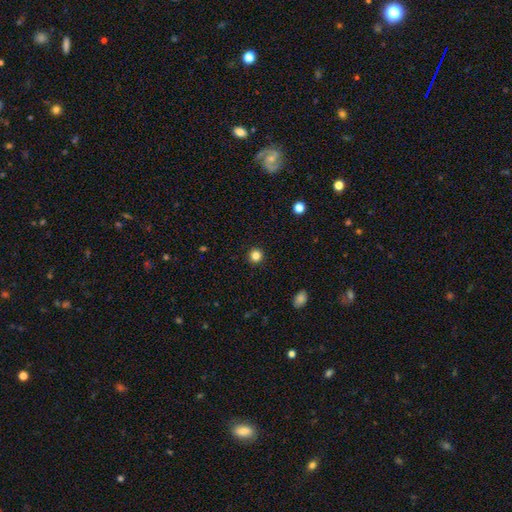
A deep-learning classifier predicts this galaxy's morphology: Smooth or featured?
  - smooth: 84% *
  - star or artifact: 12%
  - featured or disk: 4%
How rounded?
  - round: 95% *
  - in between: 4%
  - cigar-shaped: 1%
Merging?
  - none: 93% *
  - minor disturbance: 4%
  - major disturbance: 2%
  - merger: 1%